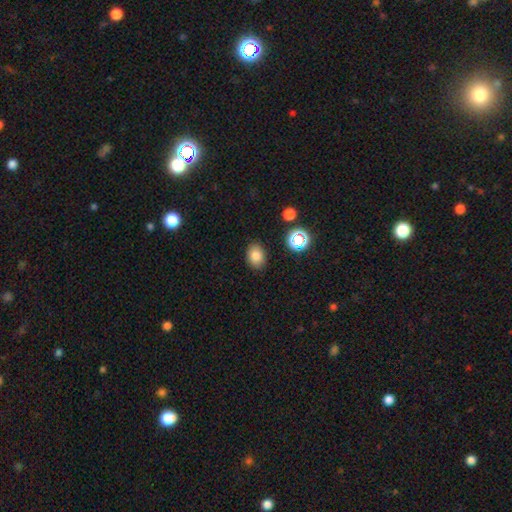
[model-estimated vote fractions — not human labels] smooth-or-featured: smooth: 80% | star or artifact: 13% | featured or disk: 7%
  how-rounded: in between: 69% | round: 30% | cigar-shaped: 1%
  merging: none: 86% | minor disturbance: 9% | major disturbance: 3% | merger: 2%